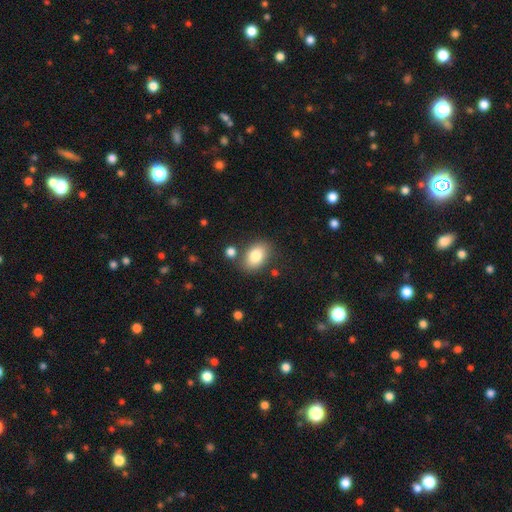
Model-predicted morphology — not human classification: Smooth or featured? Predicted: smooth (p=0.83). How rounded? Predicted: in between (p=0.82). Merging? Predicted: none (p=0.77).